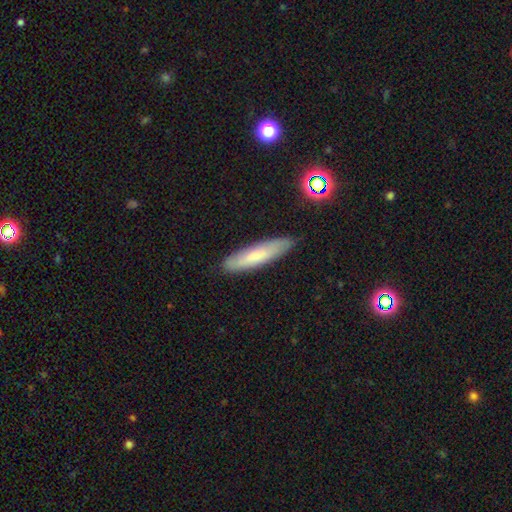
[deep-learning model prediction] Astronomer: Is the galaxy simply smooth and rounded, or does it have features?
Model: smooth — 69%.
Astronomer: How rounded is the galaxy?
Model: cigar-shaped — 82%.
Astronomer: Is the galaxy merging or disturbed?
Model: none — 86%.